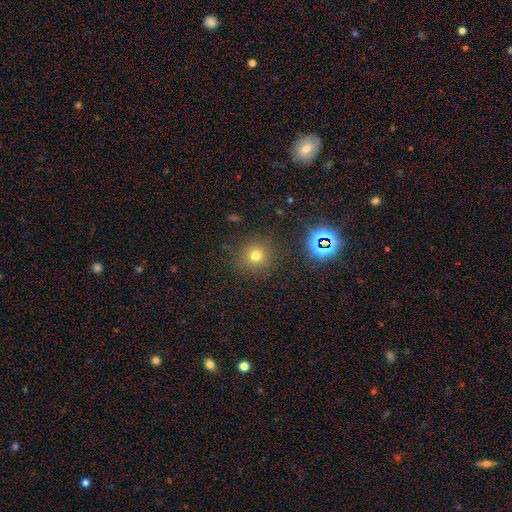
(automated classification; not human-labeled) Overall: smooth (70%). How rounded: round (93%). Merging: none (87%).